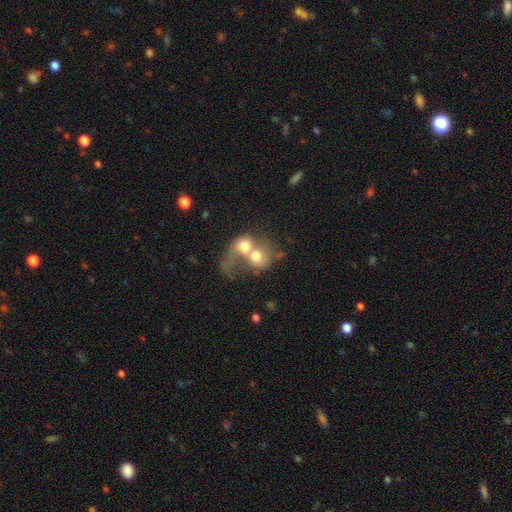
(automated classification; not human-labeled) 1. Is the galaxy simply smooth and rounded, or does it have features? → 57% smooth, 34% featured or disk, 9% star or artifact.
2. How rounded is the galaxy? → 62% round, 37% in between, 1% cigar-shaped.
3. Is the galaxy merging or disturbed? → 80% merger, 10% major disturbance, 7% none, 4% minor disturbance.